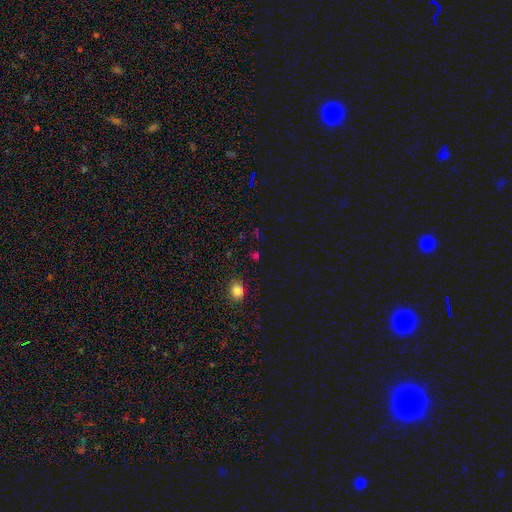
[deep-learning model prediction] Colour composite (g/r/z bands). It shows a smooth galaxy with no disk features (48%). Merging: none (81%).